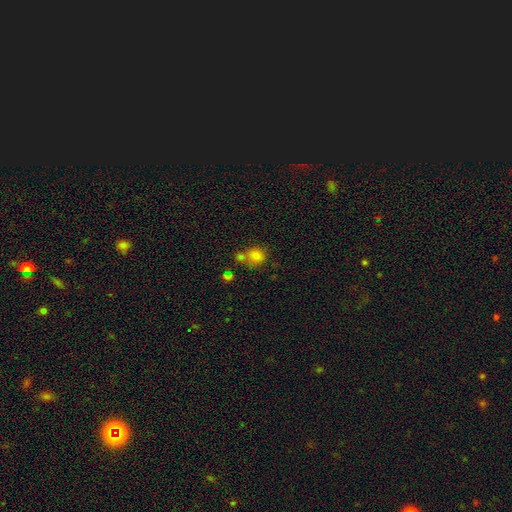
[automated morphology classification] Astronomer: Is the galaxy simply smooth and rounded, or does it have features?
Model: smooth — 79%.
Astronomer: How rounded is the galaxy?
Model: round — 69%.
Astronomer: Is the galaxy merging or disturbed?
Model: none — 46% (runner-up: merger, 34%).